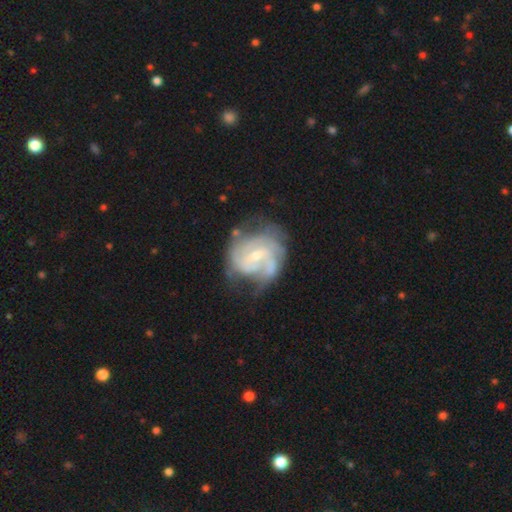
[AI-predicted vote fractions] Morphology: type=featured or disk (85%); edge-on=no (98%); bar=weak (54%); spiral arms=yes (93%); winding=tight (47%); arm count=2 (43%); bulge=small (61%); merging=none (52%).